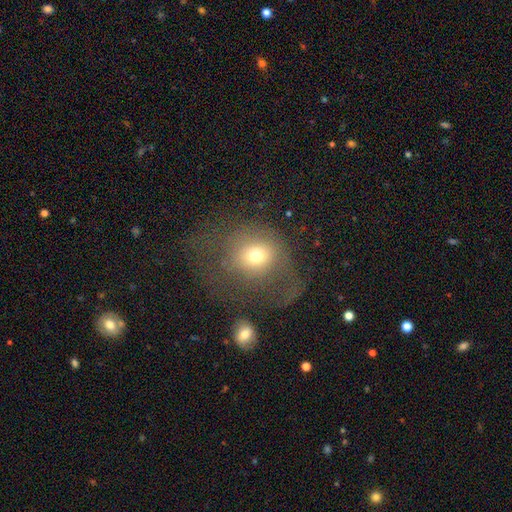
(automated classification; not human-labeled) Smooth or featured: smooth — 63% (featured or disk — 25%)
How rounded: round — 75% (in between — 24%)
Merging: major disturbance — 48% (none — 30%)